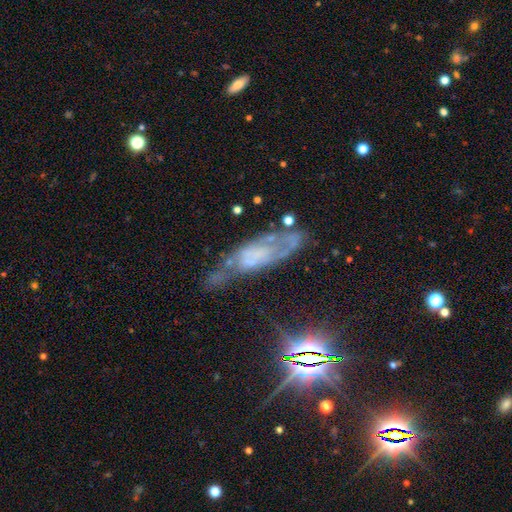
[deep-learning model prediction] Q: Smooth or featured?
A: featured or disk (61%); runner-up: smooth (21%)
Q: Edge-on disk?
A: no (75%); runner-up: yes (25%)
Q: Merging?
A: none (41%); runner-up: minor disturbance (28%)